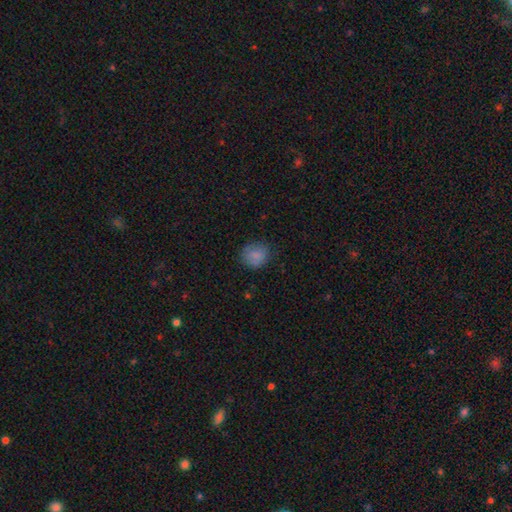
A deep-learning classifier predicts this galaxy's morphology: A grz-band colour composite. It shows a smooth galaxy with no disk features (81%) that is round (78%). Merging: none (76%).